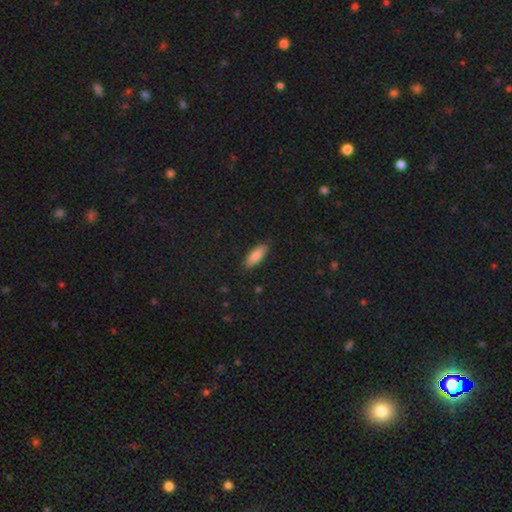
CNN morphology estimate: This is clearly a smooth galaxy (84%). How rounded: likely in between (71%). Merging: clearly none (87%).